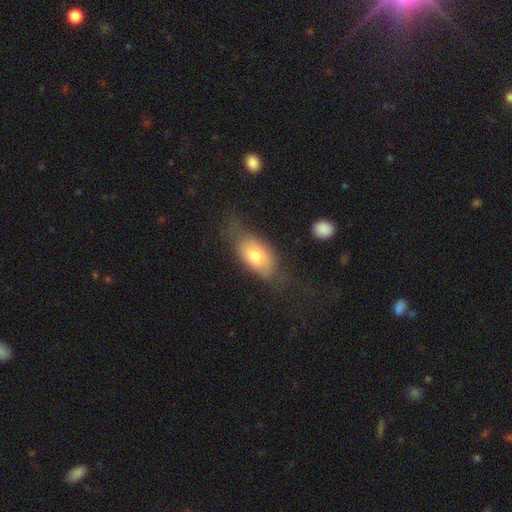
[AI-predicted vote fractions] A smooth galaxy with no disk features (67%) that is in between round and cigar-shaped (87%). Merging: none (44%).